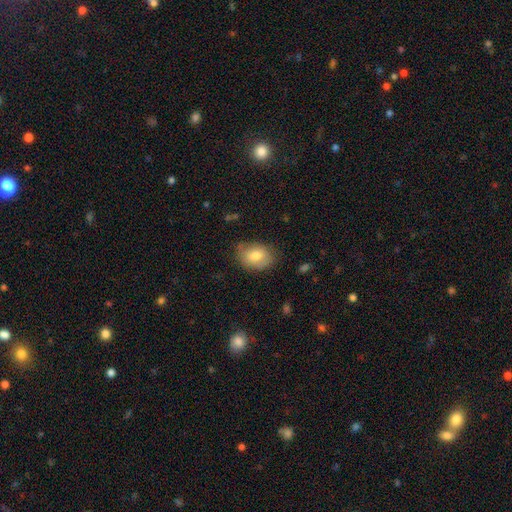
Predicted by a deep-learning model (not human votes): This appears to be a smooth galaxy with no disk features (75%) that is in between round and cigar-shaped (72%). Merging: none (72%).